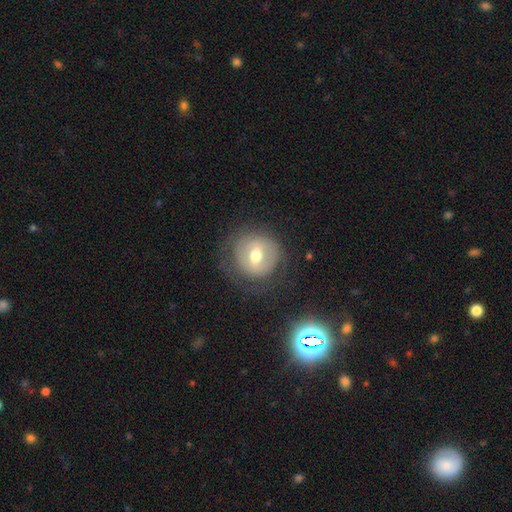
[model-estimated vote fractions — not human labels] Q: Smooth or featured?
A: featured or disk (46%); runner-up: smooth (43%)
Q: Merging?
A: none (72%); runner-up: minor disturbance (16%)